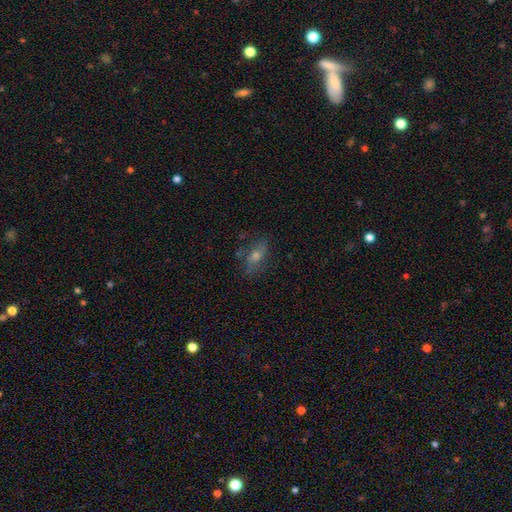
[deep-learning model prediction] Smooth or featured: featured or disk — 46% (smooth — 35%)
Merging: none — 70% (minor disturbance — 19%)